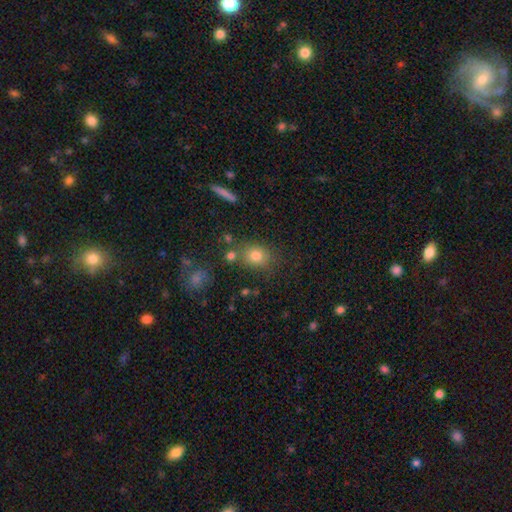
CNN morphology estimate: Smooth or featured: smooth — 77% (star or artifact — 13%)
How rounded: round — 60% (in between — 38%)
Merging: none — 73% (minor disturbance — 13%)